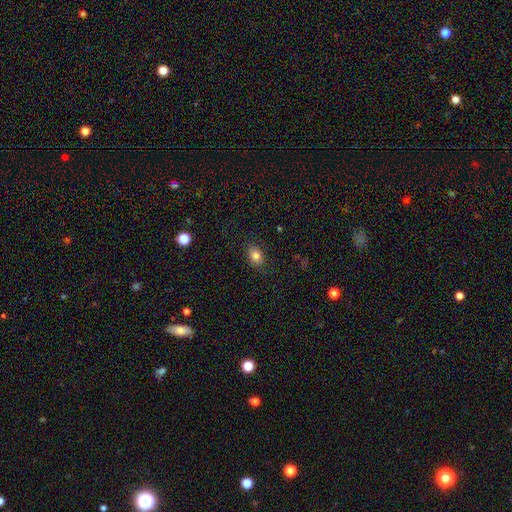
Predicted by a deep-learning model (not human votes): smooth 82%, star or artifact 10%, featured or disk 8%. Down the decision tree: how rounded — in between (71%); merging — none (84%).